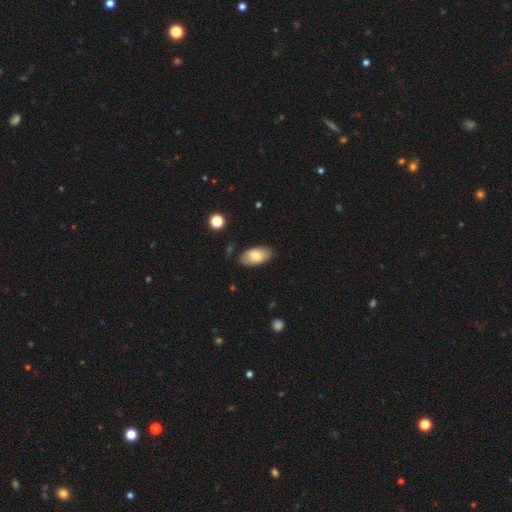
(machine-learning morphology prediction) smooth 83%, featured or disk 11%, star or artifact 6%. Down the decision tree: how rounded — in between (95%); merging — none (83%).